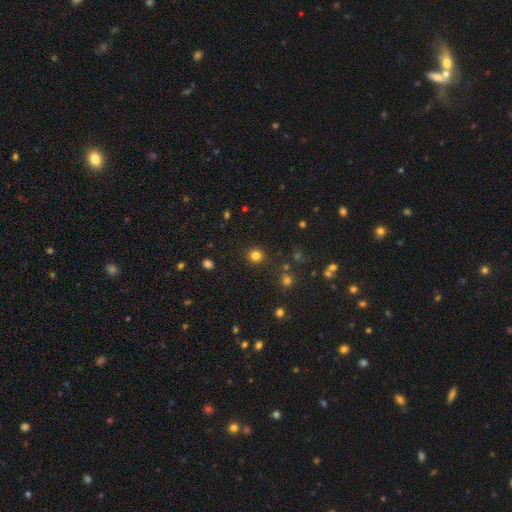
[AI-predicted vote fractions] Smooth or featured?
  - smooth: 80% *
  - star or artifact: 15%
  - featured or disk: 5%
How rounded?
  - round: 93% *
  - in between: 7%
  - cigar-shaped: 1%
Merging?
  - none: 89% *
  - minor disturbance: 6%
  - major disturbance: 3%
  - merger: 2%